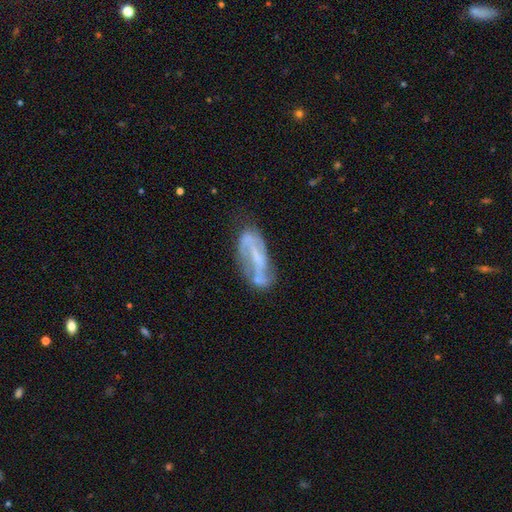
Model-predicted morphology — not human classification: A featured or disk galaxy (69%) with no bar (36%), spiral arms (59%) and no central bulge (47%).

Vote fractions:
- Smooth or featured? featured or disk: 69% / smooth: 22% / star or artifact: 9%
- Edge-on disk? no: 88% / yes: 12%
- Bar? no: 36% / weak: 32% / strong: 32%
- Spiral arms? yes: 59% / no: 41%
- Bulge size? none: 47% / small: 33% / moderate: 16% / large: 3% / dominant: 1%
- Merging? none: 50% / minor disturbance: 24% / major disturbance: 17% / merger: 9%